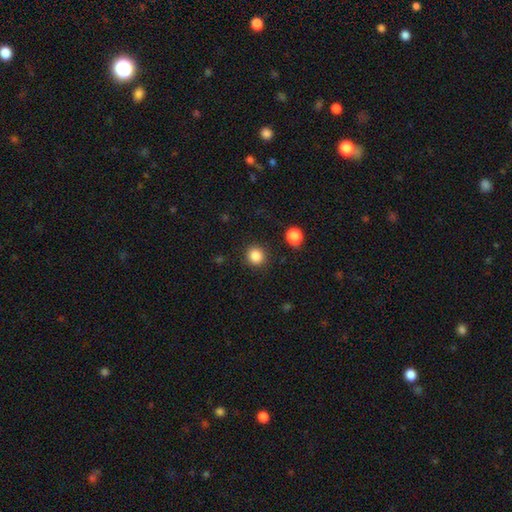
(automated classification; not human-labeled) Smooth or featured: smooth — 86% (star or artifact — 11%)
How rounded: round — 89% (in between — 10%)
Merging: none — 89% (minor disturbance — 7%)